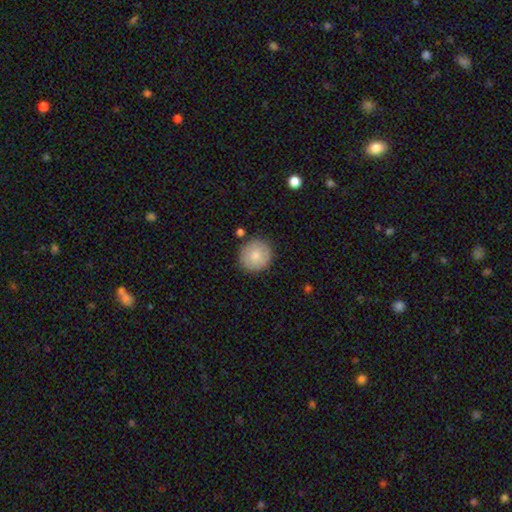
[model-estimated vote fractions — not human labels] smooth-or-featured: smooth: 80% | featured or disk: 13% | star or artifact: 6%
  how-rounded: round: 94% | in between: 5% | cigar-shaped: 1%
  merging: none: 86% | minor disturbance: 9% | merger: 3% | major disturbance: 2%